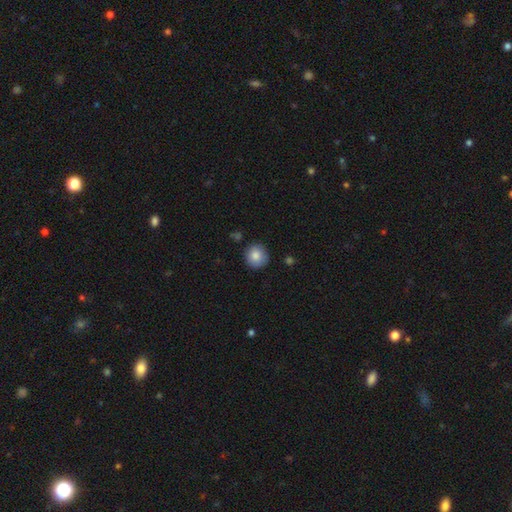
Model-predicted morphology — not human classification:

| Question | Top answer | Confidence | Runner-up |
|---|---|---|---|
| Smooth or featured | smooth | 84% | star or artifact (8%) |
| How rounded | round | 93% | in between (6%) |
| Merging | none | 86% | minor disturbance (10%) |